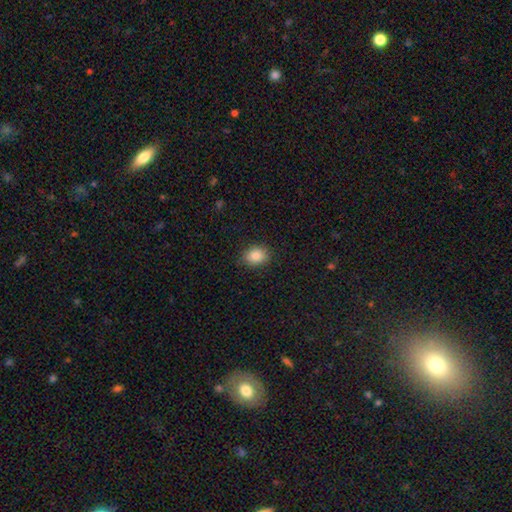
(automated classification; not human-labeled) A smooth galaxy with no disk features (86%) that is in between round and cigar-shaped (56%).

Vote fractions:
- Smooth or featured? smooth: 86% / star or artifact: 9% / featured or disk: 5%
- How rounded? in between: 56% / round: 43% / cigar-shaped: 1%
- Merging? none: 86% / minor disturbance: 10% / major disturbance: 3% / merger: 1%